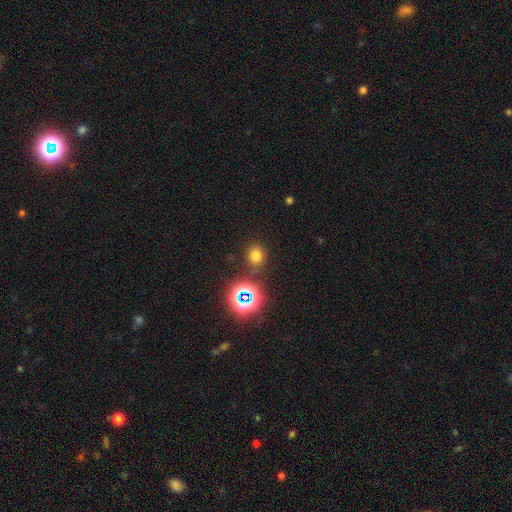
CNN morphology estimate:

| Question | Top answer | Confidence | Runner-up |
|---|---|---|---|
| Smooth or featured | smooth | 69% | star or artifact (24%) |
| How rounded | round | 74% | in between (25%) |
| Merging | none | 80% | minor disturbance (11%) |